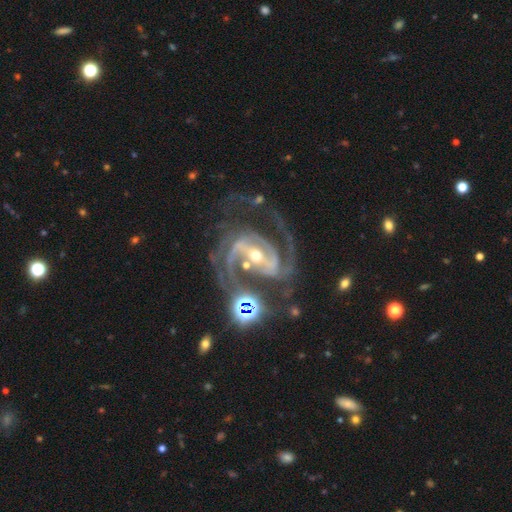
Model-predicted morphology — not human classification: A featured or disk galaxy (91%) with a strong bar (63%), 2 (68%) medium (59%) spiral arms (98%) and a moderate central bulge (53%). Merging: none (50%).